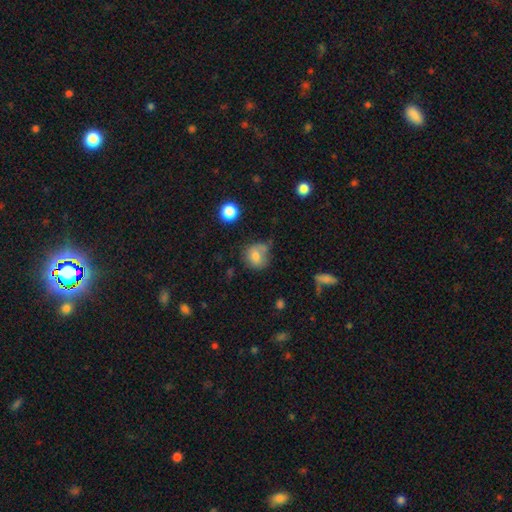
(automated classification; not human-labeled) A smooth galaxy with no disk features (77%) that is round (73%). Merging: none (53%).